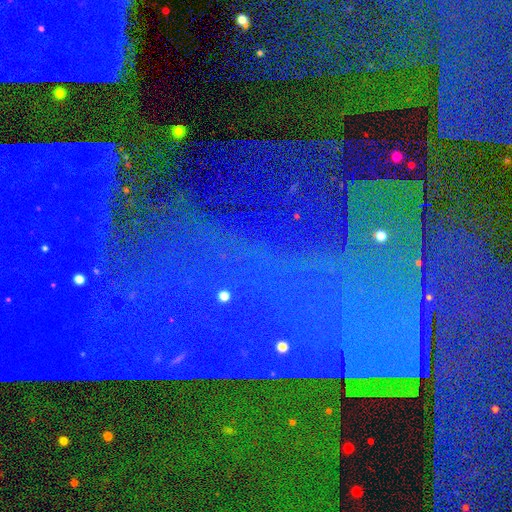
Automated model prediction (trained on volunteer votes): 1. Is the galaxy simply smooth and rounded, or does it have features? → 87% star or artifact, 7% featured or disk, 6% smooth.